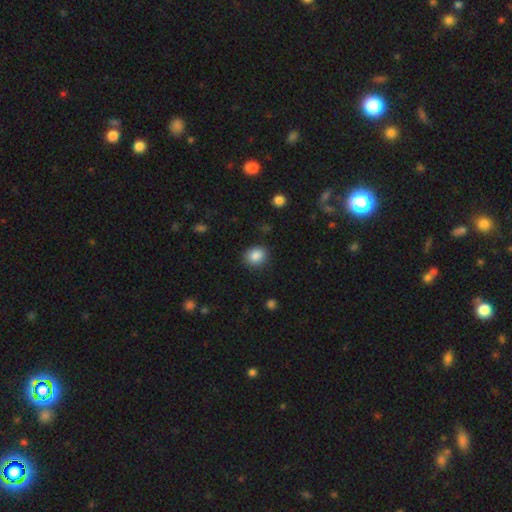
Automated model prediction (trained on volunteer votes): Morphology: type=smooth (86%); roundness=round (66%); merging=none (86%).